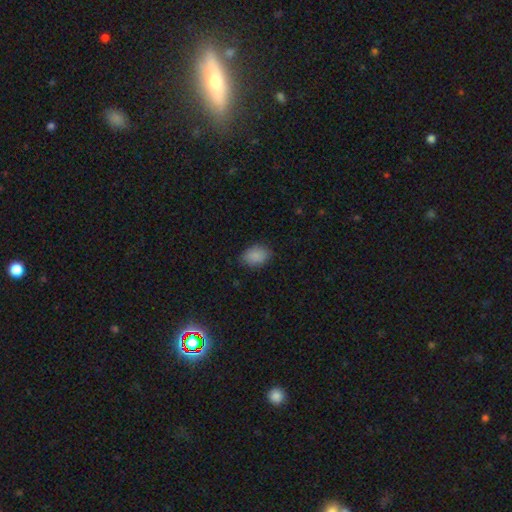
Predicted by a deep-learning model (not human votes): smooth_or_featured: smooth (p=0.88) [alt: star or artifact p=0.08]
how_rounded: in between (p=0.78) [alt: round p=0.21]
merging: none (p=0.81) [alt: minor disturbance p=0.15]